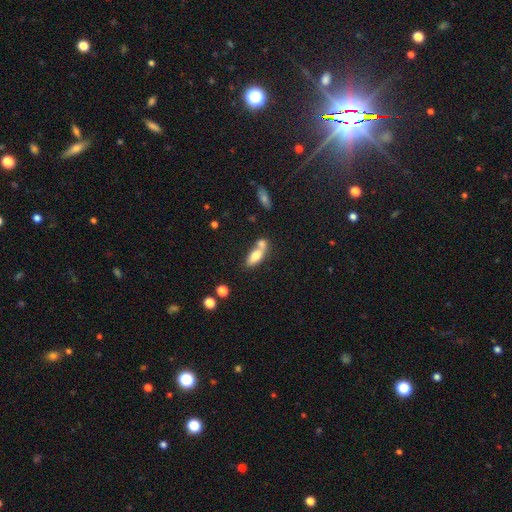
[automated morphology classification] smooth_or_featured: smooth (p=0.71) [alt: featured or disk p=0.21]
how_rounded: in between (p=0.76) [alt: cigar-shaped p=0.19]
merging: merger (p=0.48) [alt: none p=0.35]